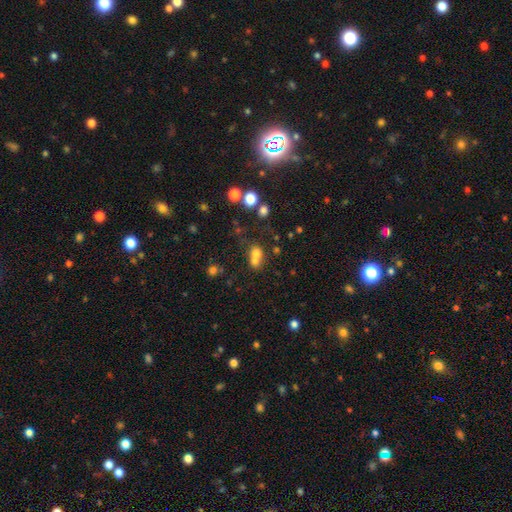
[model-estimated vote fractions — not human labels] smooth 69%, star or artifact 17%, featured or disk 15%. Down the decision tree: how rounded — in between (52%); merging — merger (56%).